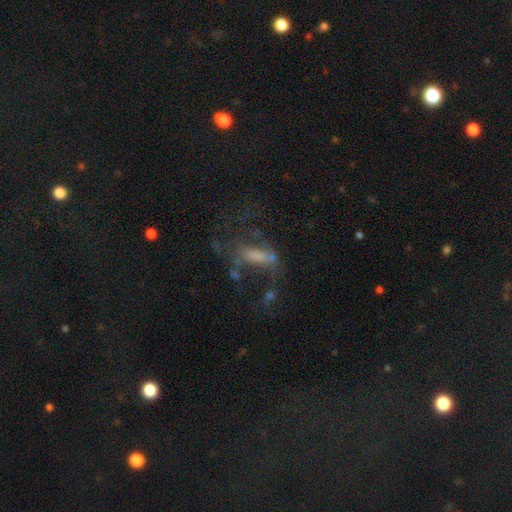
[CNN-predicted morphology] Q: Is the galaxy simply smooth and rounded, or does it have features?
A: featured or disk — 49%.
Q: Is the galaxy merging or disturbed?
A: major disturbance — 38%.